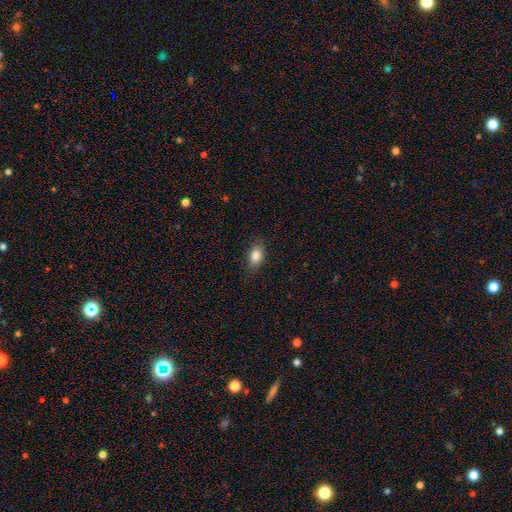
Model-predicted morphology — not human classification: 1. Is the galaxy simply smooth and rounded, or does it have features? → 86% smooth, 8% star or artifact, 7% featured or disk.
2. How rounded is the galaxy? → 87% in between, 10% round, 3% cigar-shaped.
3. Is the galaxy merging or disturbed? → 83% none, 13% minor disturbance, 3% major disturbance, 1% merger.